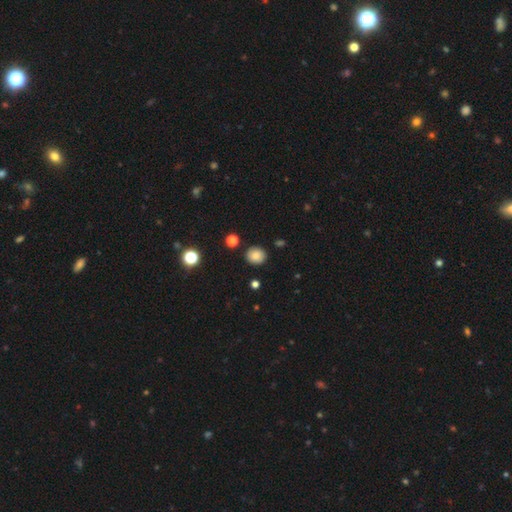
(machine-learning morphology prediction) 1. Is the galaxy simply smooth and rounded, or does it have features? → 81% smooth, 11% star or artifact, 8% featured or disk.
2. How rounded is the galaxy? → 83% round, 16% in between, 1% cigar-shaped.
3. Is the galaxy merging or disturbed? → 89% none, 7% minor disturbance, 2% major disturbance, 2% merger.